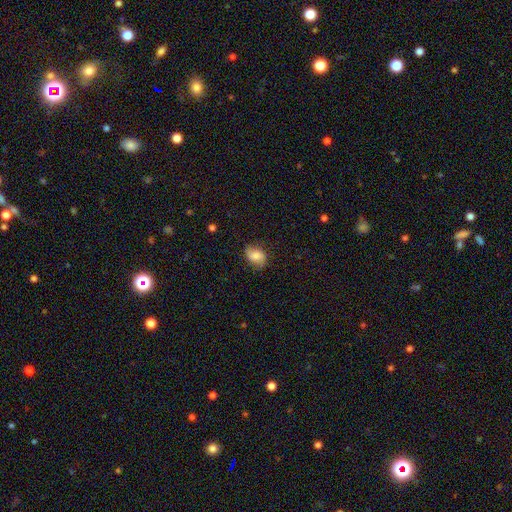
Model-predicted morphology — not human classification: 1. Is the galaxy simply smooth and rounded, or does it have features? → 71% smooth, 20% featured or disk, 9% star or artifact.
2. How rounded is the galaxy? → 67% in between, 31% round, 1% cigar-shaped.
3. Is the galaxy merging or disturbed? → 72% none, 21% minor disturbance, 6% major disturbance, 1% merger.